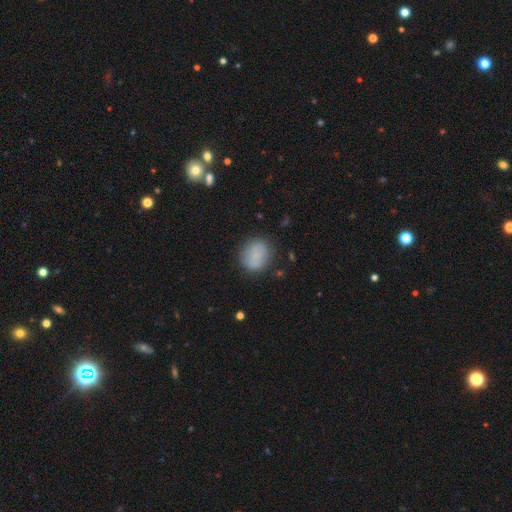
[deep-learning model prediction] Morphology: type=smooth (79%); roundness=round (60%); merging=none (74%).